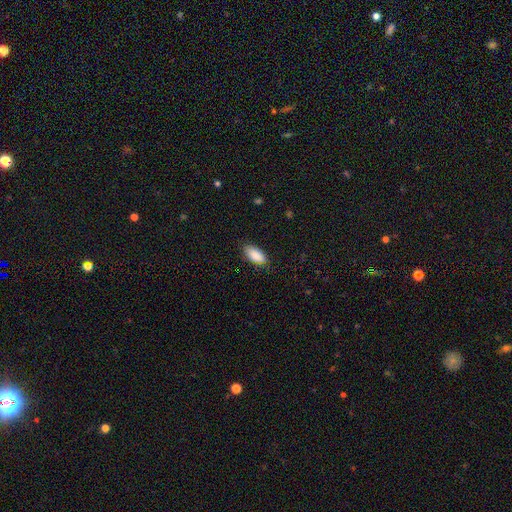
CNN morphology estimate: smooth-or-featured: smooth: 88% | star or artifact: 6% | featured or disk: 6%
  how-rounded: in between: 91% | cigar-shaped: 7% | round: 2%
  merging: none: 82% | minor disturbance: 14% | major disturbance: 3% | merger: 1%